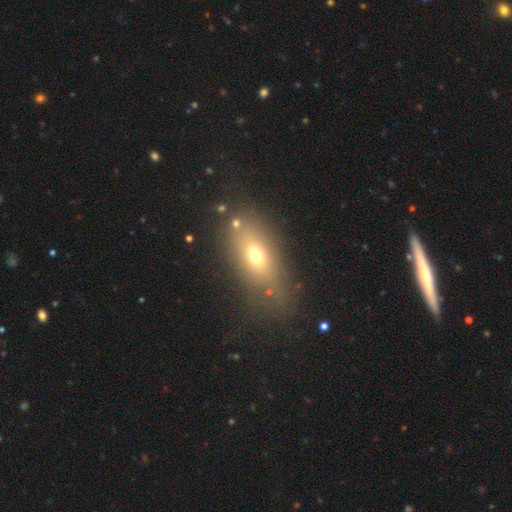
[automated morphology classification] Smooth or featured: smooth — 62% (featured or disk — 22%)
How rounded: in between — 77% (cigar-shaped — 12%)
Merging: none — 68% (minor disturbance — 16%)